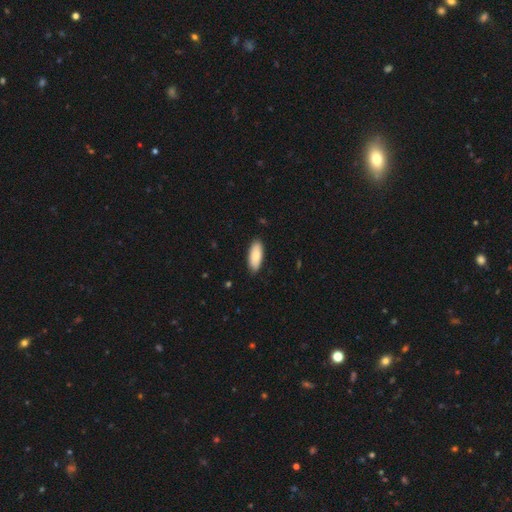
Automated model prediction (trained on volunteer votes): smooth_or_featured: smooth (p=0.84) [alt: featured or disk p=0.11]
how_rounded: in between (p=0.81) [alt: cigar-shaped p=0.17]
merging: none (p=0.87) [alt: minor disturbance p=0.10]